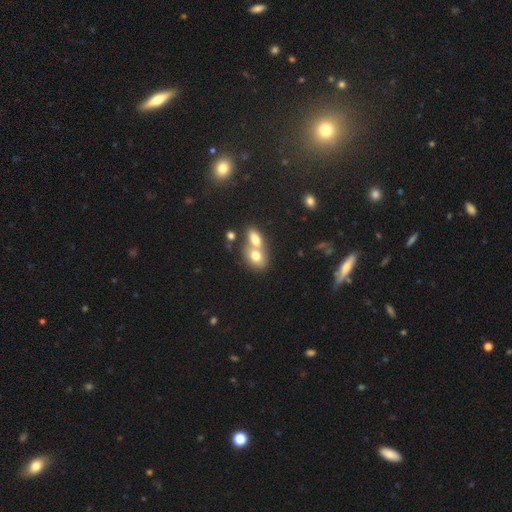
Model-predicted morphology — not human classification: Smooth or featured?
  - smooth: 72% *
  - featured or disk: 19%
  - star or artifact: 9%
How rounded?
  - in between: 63% *
  - round: 34%
  - cigar-shaped: 2%
Merging?
  - merger: 67% *
  - none: 24%
  - minor disturbance: 6%
  - major disturbance: 3%